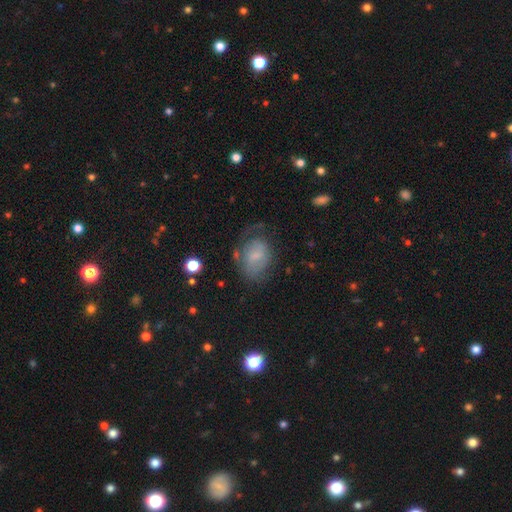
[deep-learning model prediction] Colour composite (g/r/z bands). It shows a smooth galaxy with no disk features (51%) that is in between round and cigar-shaped (73%). Merging: none (45%).